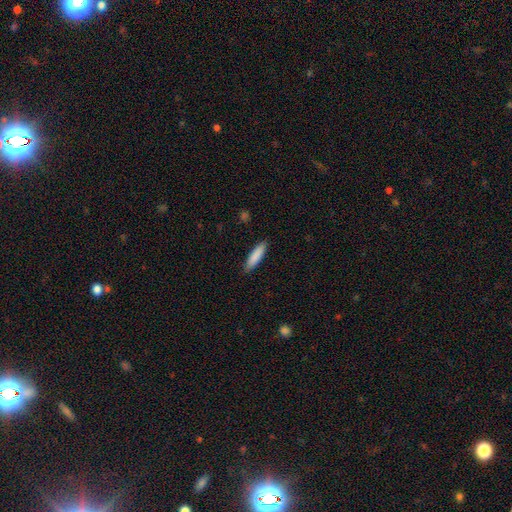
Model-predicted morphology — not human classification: smooth 86%, featured or disk 8%, star or artifact 5%. Down the decision tree: how rounded — cigar-shaped (75%); merging — none (89%).